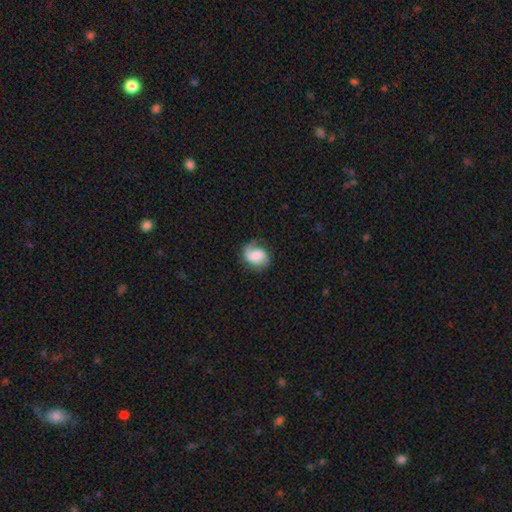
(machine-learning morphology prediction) Overall: featured or disk (59%; smooth 33%). Edge-on disk: no (98%). Bar: no (53%; weak 37%). Spiral arms: yes (92%). Spiral arm count: 2 (57%; 1 36%). Spiral winding: loose (40%; medium 39%). Bulge size: none (28%; large 24%). Merging: none (60%; minor disturbance 24%).